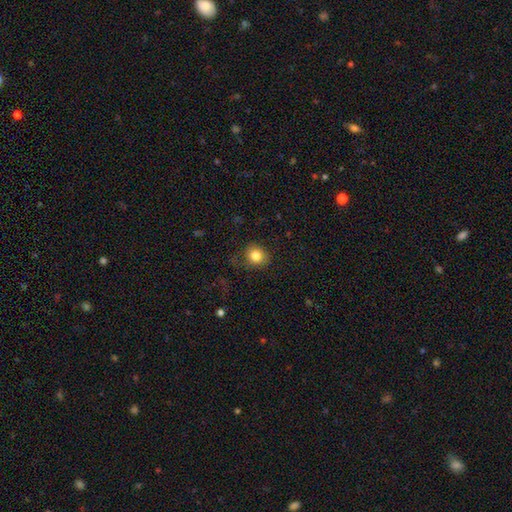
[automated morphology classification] smooth-or-featured: smooth: 83% | star or artifact: 11% | featured or disk: 7%
  how-rounded: round: 78% | in between: 21% | cigar-shaped: 1%
  merging: none: 76% | minor disturbance: 16% | major disturbance: 7% | merger: 1%